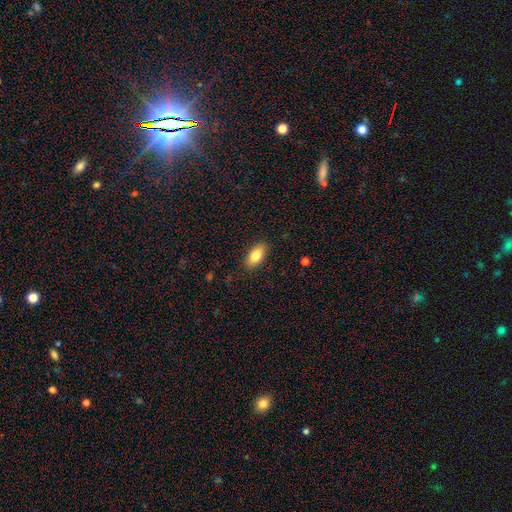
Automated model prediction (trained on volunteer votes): A smooth galaxy with no disk features (82%) that is in between round and cigar-shaped (90%). Merging: none (87%).